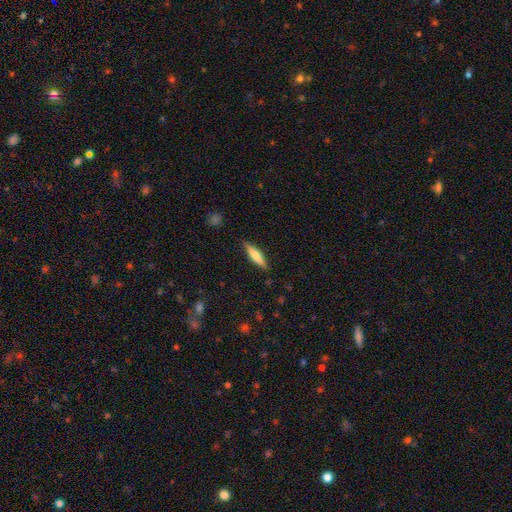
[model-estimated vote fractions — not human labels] Overall: smooth (65%; featured or disk 29%). How rounded: cigar-shaped (76%). Merging: none (86%).